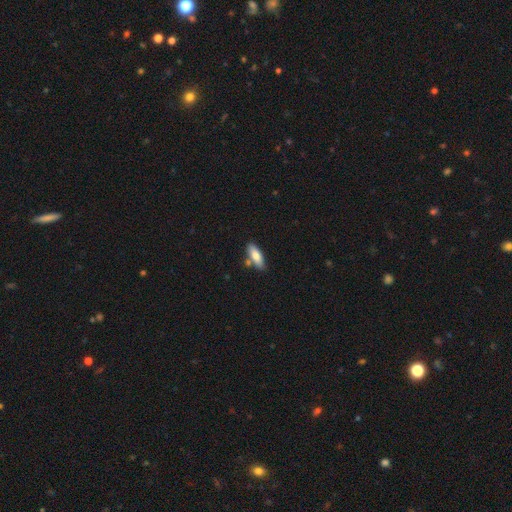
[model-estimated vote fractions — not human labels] Smooth or featured?
  - smooth: 75% *
  - featured or disk: 19%
  - star or artifact: 6%
How rounded?
  - in between: 62% *
  - cigar-shaped: 36%
  - round: 2%
Merging?
  - none: 74% *
  - minor disturbance: 13%
  - merger: 10%
  - major disturbance: 3%